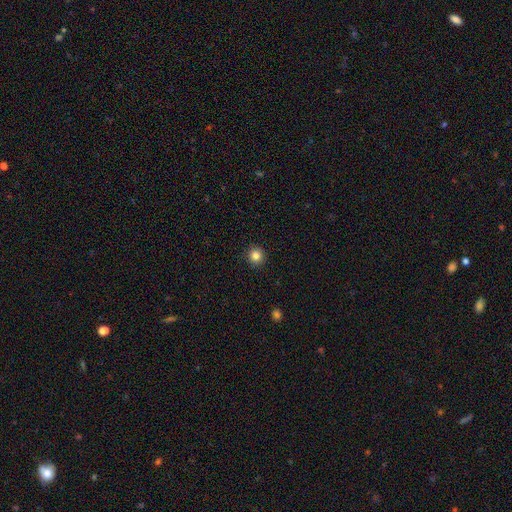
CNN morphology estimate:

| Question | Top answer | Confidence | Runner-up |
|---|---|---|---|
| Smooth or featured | smooth | 83% | star or artifact (11%) |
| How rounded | round | 95% | in between (4%) |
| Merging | none | 93% | minor disturbance (5%) |